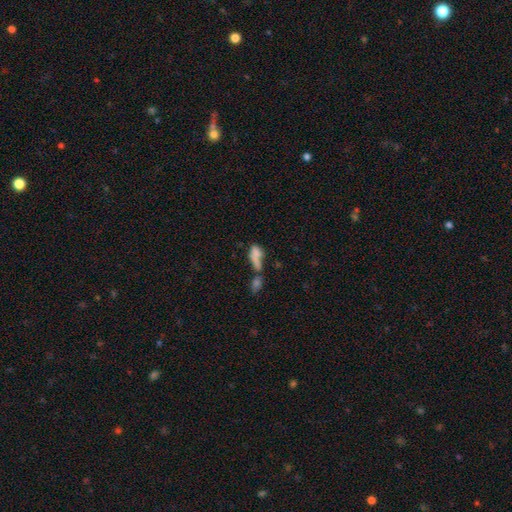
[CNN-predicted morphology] Smooth or featured? smooth (66%)
How rounded? in between (67%)
Merging? merger (56%)